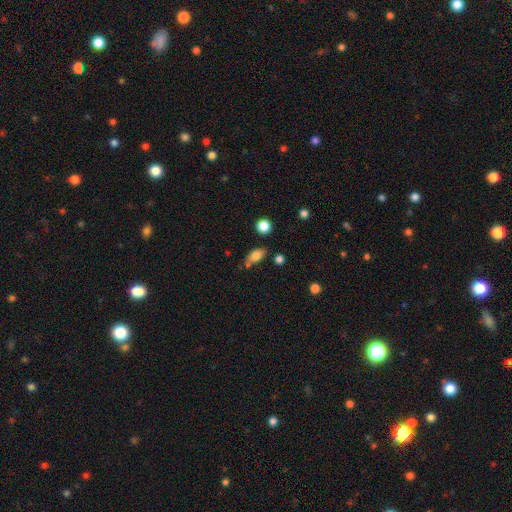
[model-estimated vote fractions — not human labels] A smooth galaxy with no disk features (78%) that is in between round and cigar-shaped (81%). Merging: none (63%).